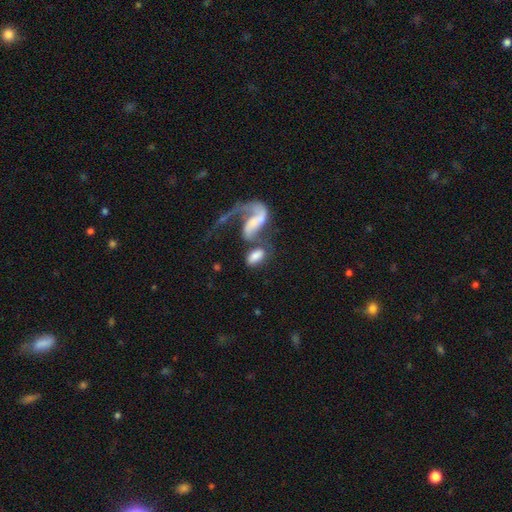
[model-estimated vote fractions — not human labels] Smooth or featured?
  - smooth: 63% *
  - featured or disk: 29%
  - star or artifact: 8%
How rounded?
  - in between: 89% *
  - round: 5%
  - cigar-shaped: 5%
Merging?
  - merger: 50% *
  - none: 25%
  - major disturbance: 15%
  - minor disturbance: 10%